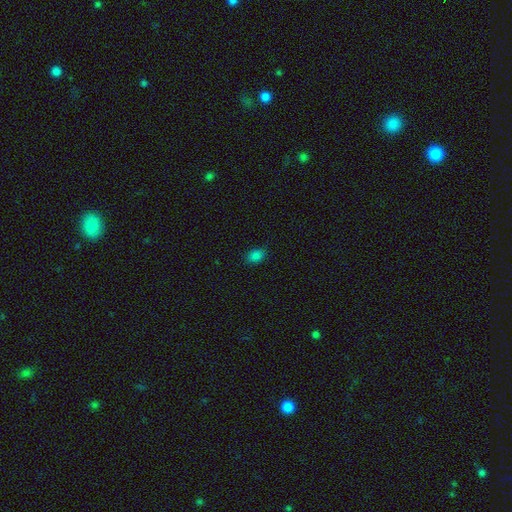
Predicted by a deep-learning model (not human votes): smooth_or_featured: smooth (p=0.82) [alt: star or artifact p=0.14]
how_rounded: in between (p=0.75) [alt: round p=0.24]
merging: none (p=0.84) [alt: minor disturbance p=0.12]